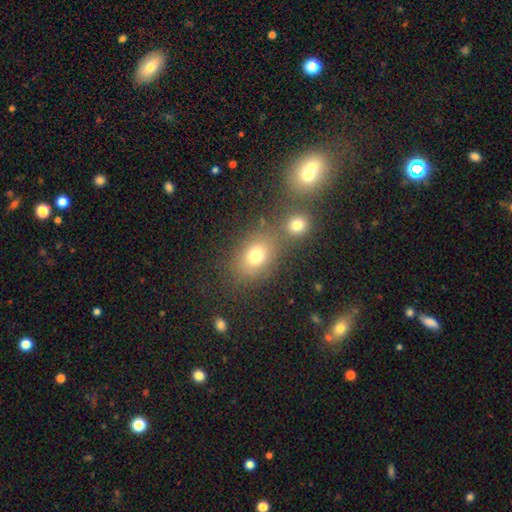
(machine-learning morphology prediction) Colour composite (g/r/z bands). It shows a smooth galaxy with no disk features (74%) that is in between round and cigar-shaped (60%). Merging: none (60%).